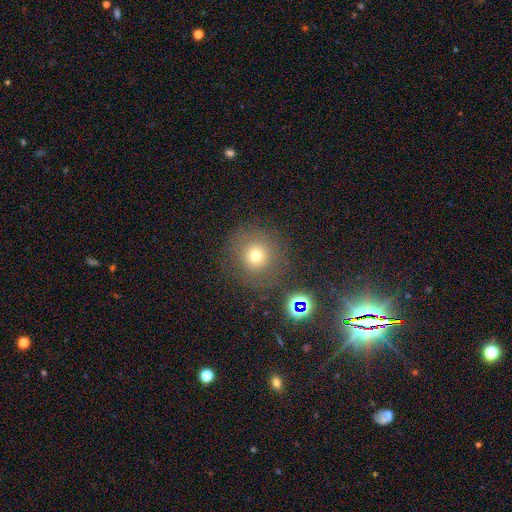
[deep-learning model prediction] Smooth or featured: smooth — 70% (star or artifact — 18%)
How rounded: round — 93% (in between — 6%)
Merging: none — 80% (minor disturbance — 10%)